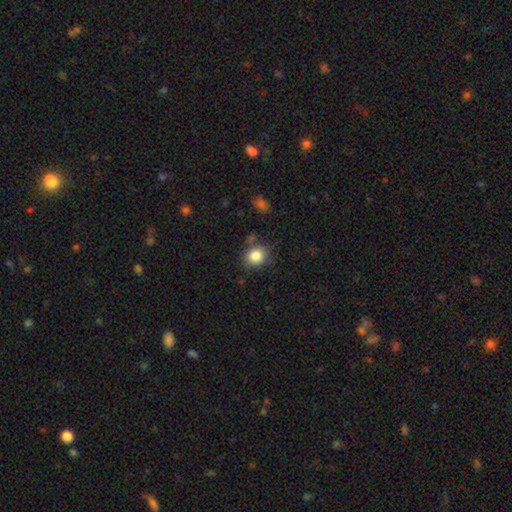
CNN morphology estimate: type=smooth (85%); roundness=round (57%); merging=none (75%).